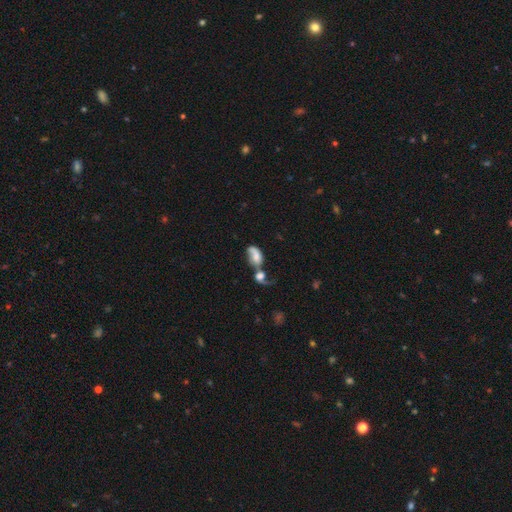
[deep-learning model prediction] Smooth or featured?
  - smooth: 52% *
  - featured or disk: 38%
  - star or artifact: 10%
How rounded?
  - in between: 82% *
  - round: 14%
  - cigar-shaped: 4%
Merging?
  - merger: 68% *
  - major disturbance: 12%
  - none: 12%
  - minor disturbance: 7%